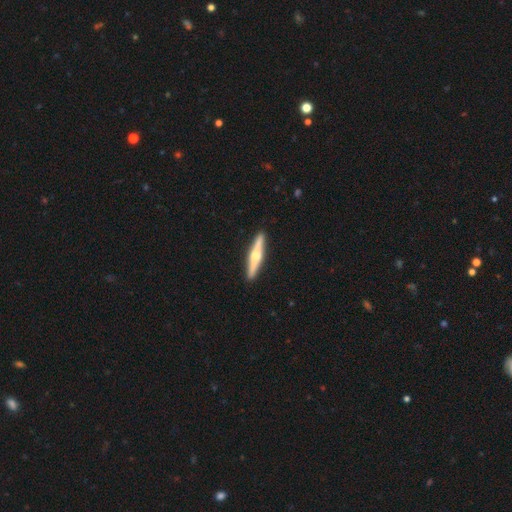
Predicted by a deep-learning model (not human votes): Q: Smooth or featured?
A: featured or disk (68%); runner-up: smooth (27%)
Q: Edge-on disk?
A: yes (98%); runner-up: no (2%)
Q: Edge-on bulge?
A: rounded (90%); runner-up: boxy (6%)
Q: Merging?
A: none (92%); runner-up: minor disturbance (6%)